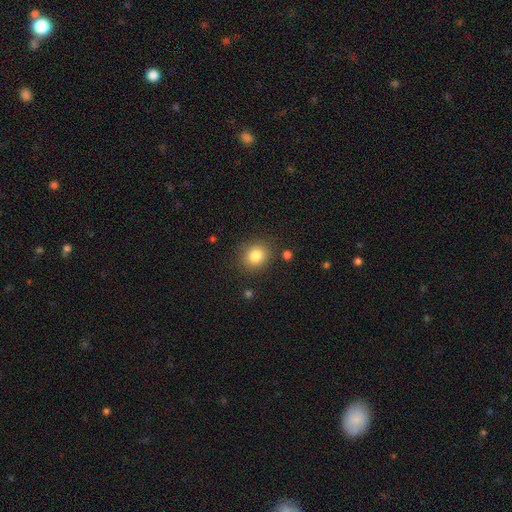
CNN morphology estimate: Q: Smooth or featured?
A: smooth (83%); runner-up: star or artifact (11%)
Q: How rounded?
A: round (72%); runner-up: in between (27%)
Q: Merging?
A: none (85%); runner-up: minor disturbance (9%)